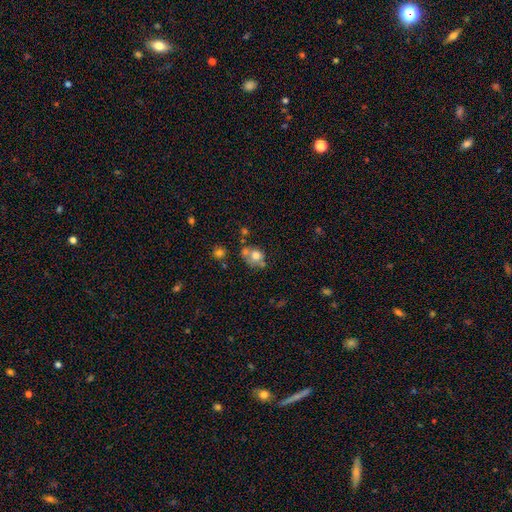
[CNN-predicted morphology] type=smooth (70%); roundness=round (70%); merging=none (43%).